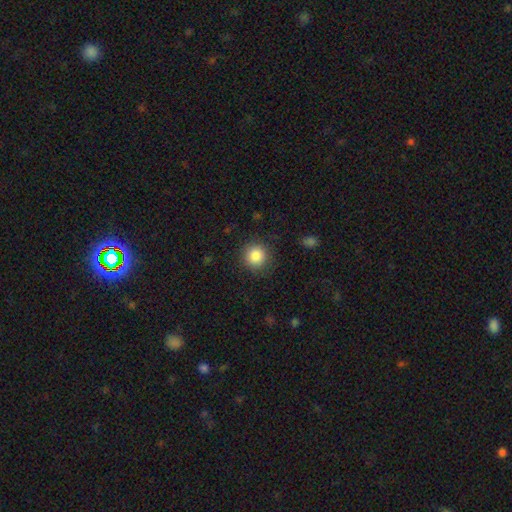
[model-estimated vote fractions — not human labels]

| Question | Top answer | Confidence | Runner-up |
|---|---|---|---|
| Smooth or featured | smooth | 86% | star or artifact (10%) |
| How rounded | round | 93% | in between (6%) |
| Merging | none | 88% | minor disturbance (8%) |